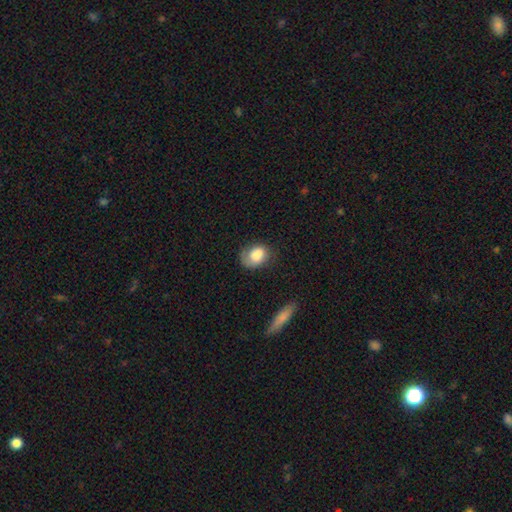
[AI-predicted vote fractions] Smooth or featured?
  - smooth: 78% *
  - featured or disk: 14%
  - star or artifact: 8%
How rounded?
  - in between: 62% *
  - round: 37%
  - cigar-shaped: 1%
Merging?
  - none: 53% *
  - minor disturbance: 31%
  - major disturbance: 13%
  - merger: 3%